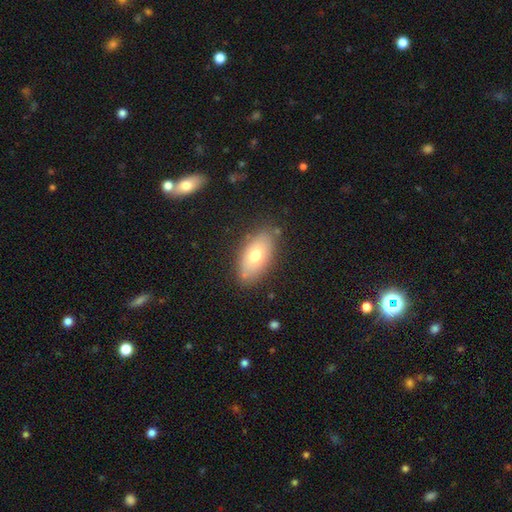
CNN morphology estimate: Q: Smooth or featured?
A: smooth (70%); runner-up: featured or disk (22%)
Q: How rounded?
A: in between (91%); runner-up: cigar-shaped (5%)
Q: Merging?
A: none (80%); runner-up: minor disturbance (14%)